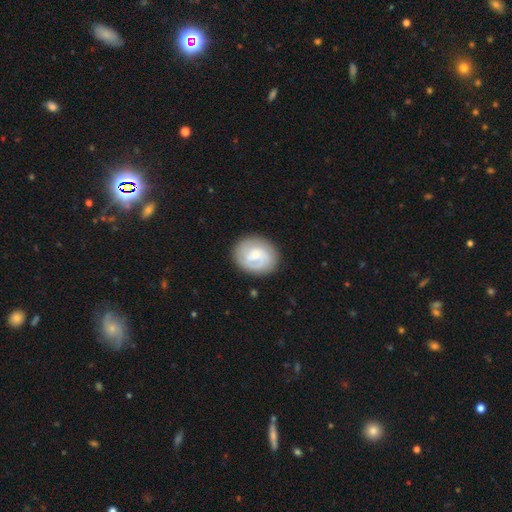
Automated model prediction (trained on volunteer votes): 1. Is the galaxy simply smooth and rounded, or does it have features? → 60% featured or disk, 35% smooth, 6% star or artifact.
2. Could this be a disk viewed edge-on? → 98% no, 2% yes.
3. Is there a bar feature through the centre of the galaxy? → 46% no (tied), 46% weak (tied), 8% strong.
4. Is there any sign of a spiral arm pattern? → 87% yes, 13% no.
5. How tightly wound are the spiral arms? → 49% tight, 36% medium, 15% loose.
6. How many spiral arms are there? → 48% 2, 21% can't tell, 19% 1, 8% 3, 2% 4, 2% more than 4.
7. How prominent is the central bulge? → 47% small, 36% moderate, 9% none, 6% large, 2% dominant.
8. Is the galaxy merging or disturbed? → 80% none, 13% minor disturbance, 5% major disturbance, 1% merger.